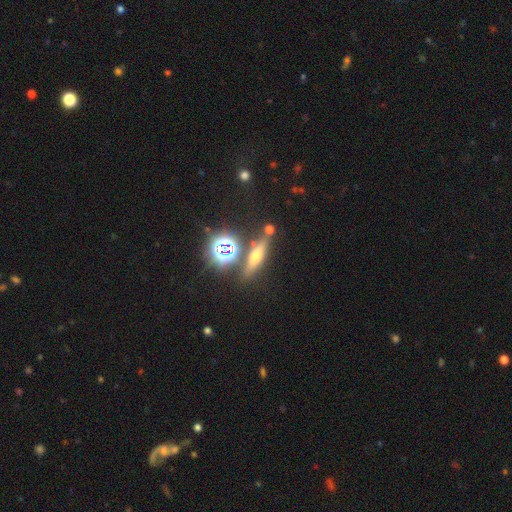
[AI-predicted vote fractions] Q: Smooth or featured?
A: smooth (38%); runner-up: star or artifact (31%)
Q: Merging?
A: none (78%); runner-up: minor disturbance (10%)